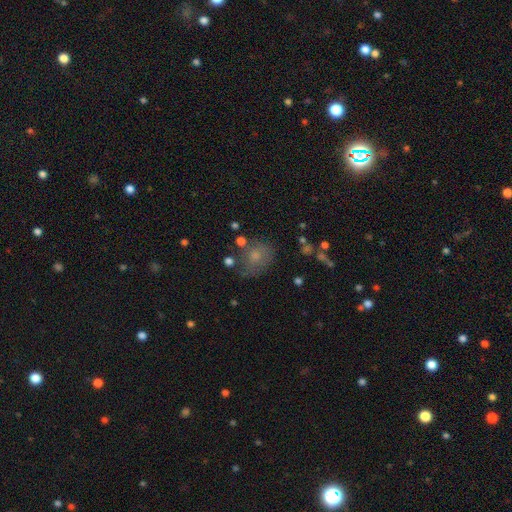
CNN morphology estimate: Smooth or featured: smooth — 64% (featured or disk — 20%)
How rounded: round — 57% (in between — 41%)
Merging: none — 54% (minor disturbance — 24%)